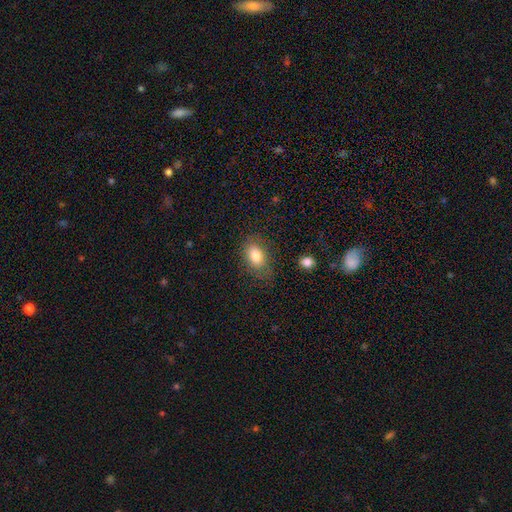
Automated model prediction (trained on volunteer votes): smooth-or-featured: smooth: 81% | featured or disk: 10% | star or artifact: 9%
  how-rounded: in between: 84% | round: 14% | cigar-shaped: 2%
  merging: none: 75% | minor disturbance: 17% | major disturbance: 6% | merger: 2%